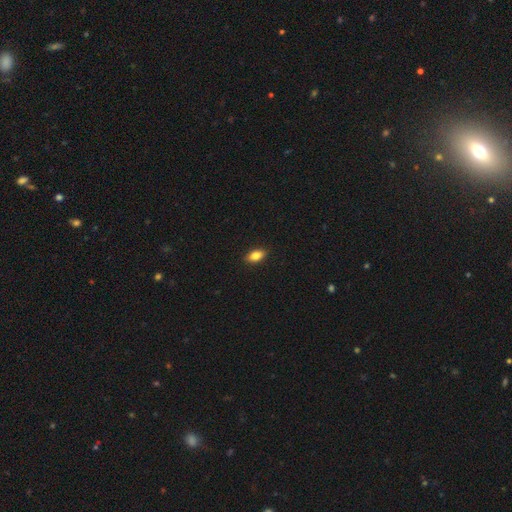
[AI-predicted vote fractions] smooth_or_featured: smooth (p=0.83) [alt: featured or disk p=0.09]
how_rounded: in between (p=0.88) [alt: round p=0.06]
merging: none (p=0.90) [alt: minor disturbance p=0.08]